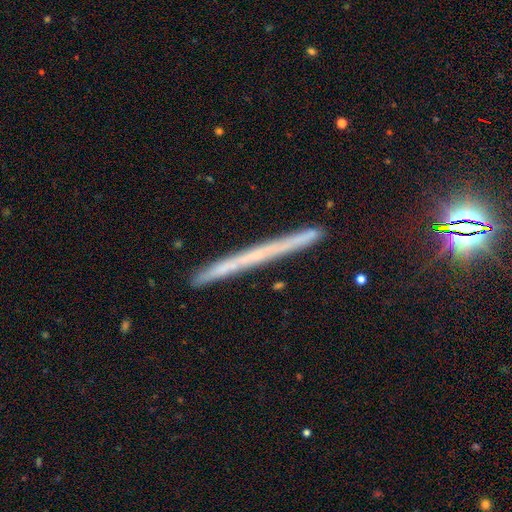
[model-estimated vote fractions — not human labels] Smooth or featured: featured or disk — 52% (smooth — 36%)
Edge-on disk: yes — 97% (no — 3%)
Edge-on bulge: none — 90% (rounded — 7%)
Merging: none — 88% (minor disturbance — 9%)